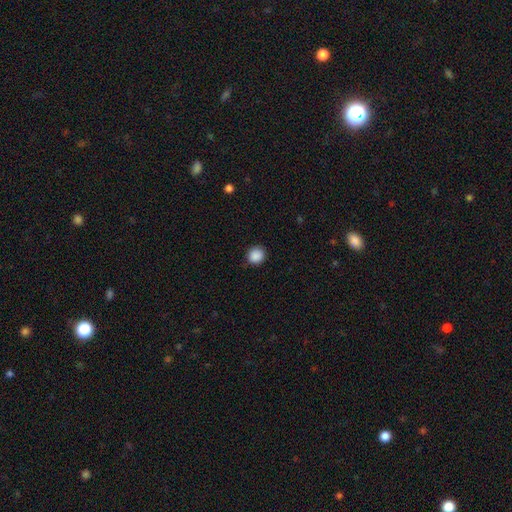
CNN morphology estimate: Q: Smooth or featured?
A: smooth (89%); runner-up: star or artifact (9%)
Q: How rounded?
A: round (87%); runner-up: in between (12%)
Q: Merging?
A: none (88%); runner-up: minor disturbance (9%)